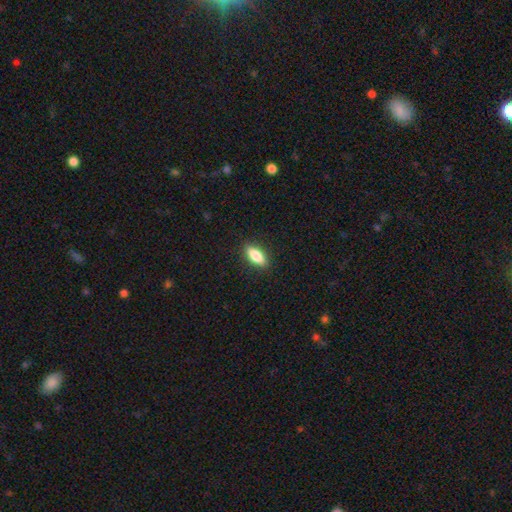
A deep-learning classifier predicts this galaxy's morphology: type=smooth (81%); roundness=in between (73%); merging=none (89%).